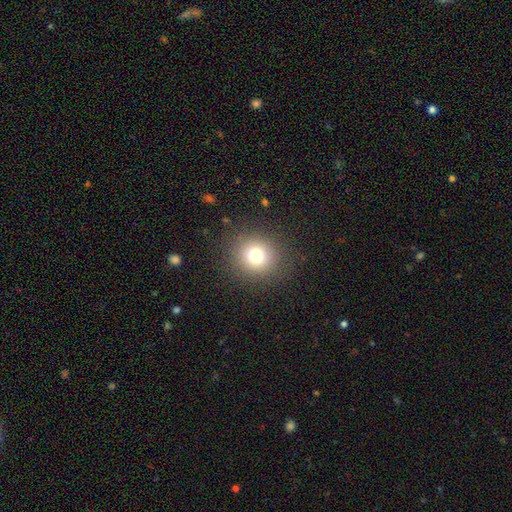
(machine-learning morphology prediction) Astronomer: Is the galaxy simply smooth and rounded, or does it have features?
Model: smooth — 76%.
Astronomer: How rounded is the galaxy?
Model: round — 91%.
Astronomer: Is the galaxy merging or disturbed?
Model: none — 88%.